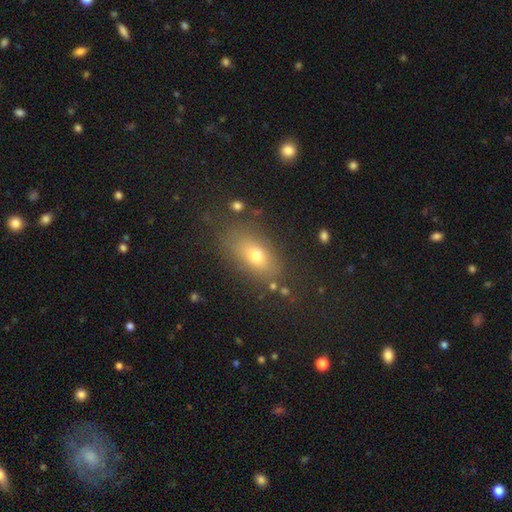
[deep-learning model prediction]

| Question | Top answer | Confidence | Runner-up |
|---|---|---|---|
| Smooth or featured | smooth | 71% | featured or disk (17%) |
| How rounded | in between | 81% | round (12%) |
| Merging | none | 74% | minor disturbance (15%) |